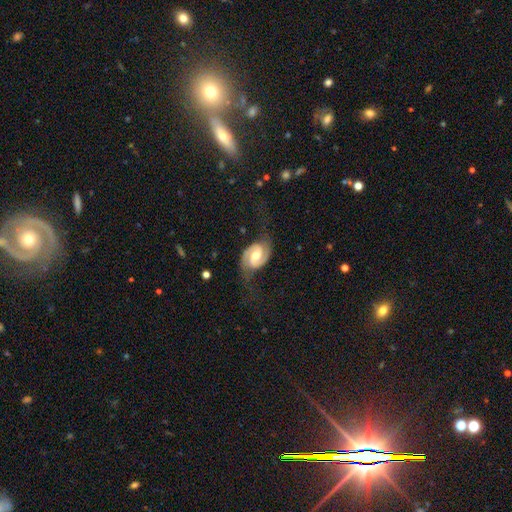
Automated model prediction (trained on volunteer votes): smooth_or_featured: featured or disk (p=0.88) [alt: smooth p=0.08]
disk_edge_on: no (p=0.98) [alt: yes p=0.02]
bar: weak (p=0.47) [alt: no p=0.33]
has_spiral_arms: yes (p=0.97) [alt: no p=0.03]
spiral_winding: medium (p=0.50) [alt: tight p=0.29]
spiral_arm_count: 2 (p=0.93) [alt: can't tell p=0.02]
bulge_size: moderate (p=0.74) [alt: small p=0.15]
merging: none (p=0.66) [alt: minor disturbance p=0.20]